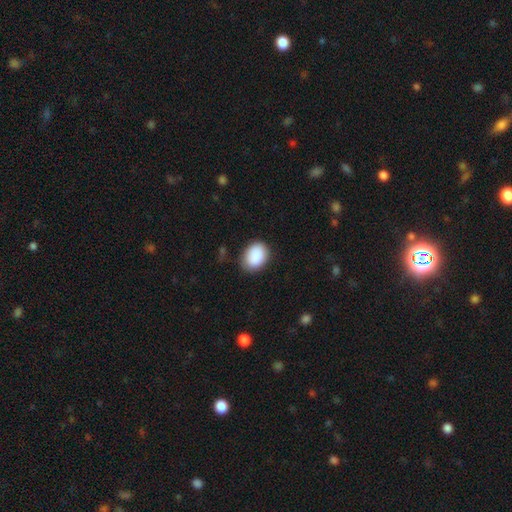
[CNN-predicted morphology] A smooth galaxy with no disk features (90%) that is in between round and cigar-shaped (70%). Merging: none (81%).